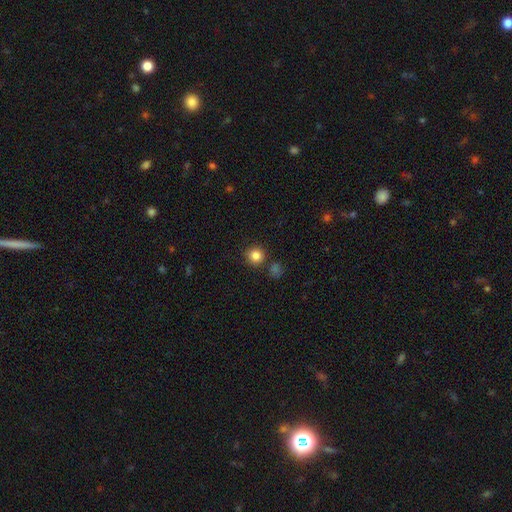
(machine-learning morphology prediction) Overall: smooth (84%). How rounded: round (93%). Merging: none (82%).